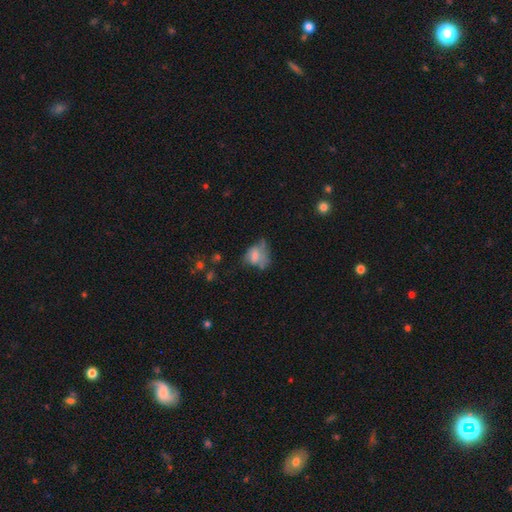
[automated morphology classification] smooth_or_featured: smooth (p=0.61) [alt: featured or disk p=0.28]
how_rounded: in between (p=0.69) [alt: round p=0.29]
merging: major disturbance (p=0.32) [alt: minor disturbance p=0.29]